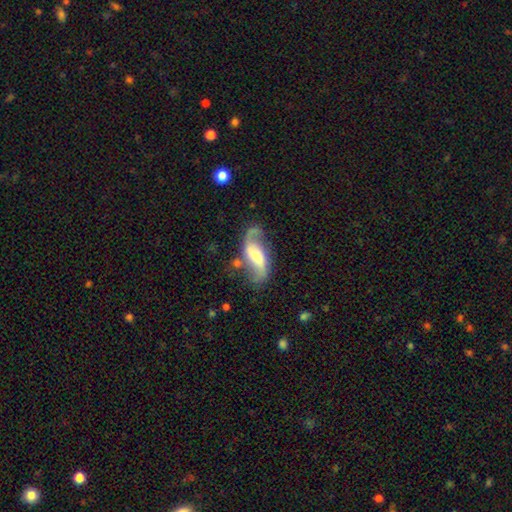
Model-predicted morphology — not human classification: This is likely a featured or disk galaxy (77%). It is clearly not viewed edge-on (93%). Bar: marginally weak (38%). Spiral arm pattern: clearly yes (94%). Spiral arm count: clearly 2 (88%). Spiral winding: likely loose (75%). Central bulge: marginally moderate (30%). Merging: possibly none (59%).